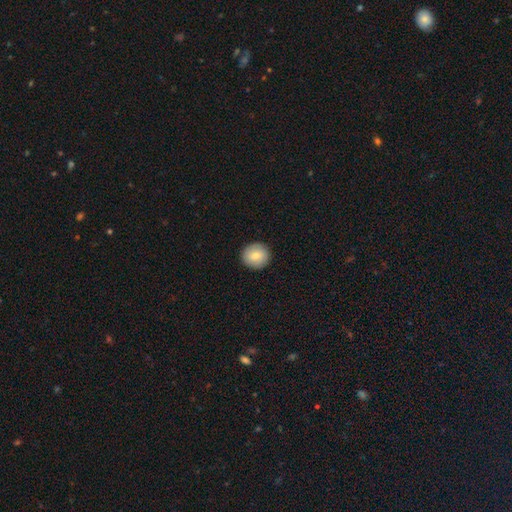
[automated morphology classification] type=smooth (80%); roundness=round (91%); merging=none (91%).